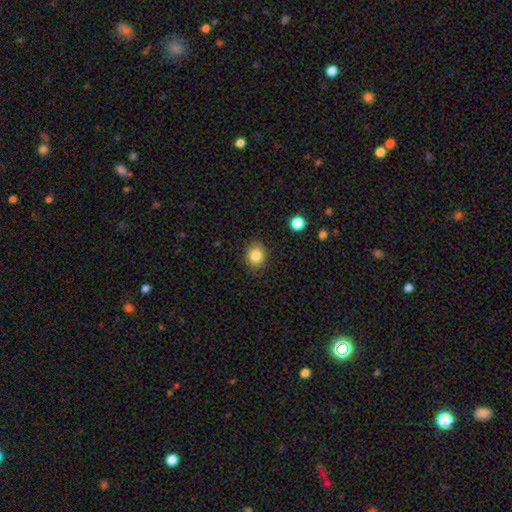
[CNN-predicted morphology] Overall: smooth (83%). How rounded: round (67%; in between 32%). Merging: none (86%).